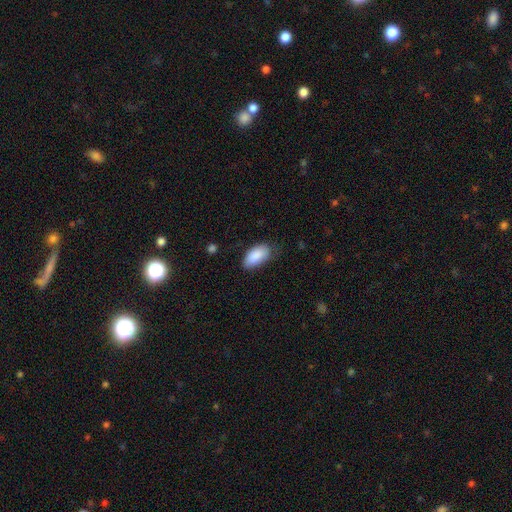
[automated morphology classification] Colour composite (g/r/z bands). It shows a smooth galaxy with no disk features (88%) that is in between round and cigar-shaped (94%). Merging: none (67%).